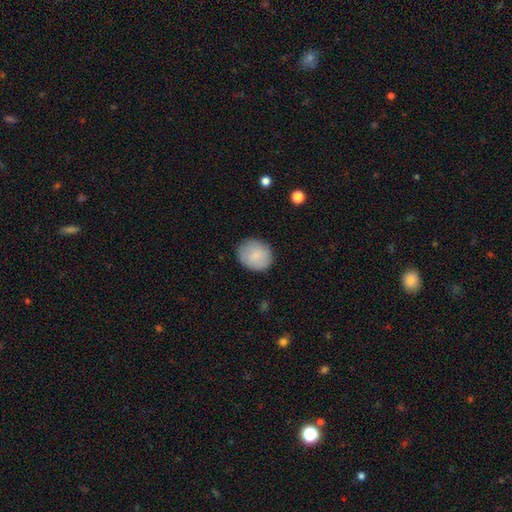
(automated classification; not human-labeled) Smooth or featured?
  - smooth: 84% *
  - featured or disk: 9%
  - star or artifact: 6%
How rounded?
  - round: 68% *
  - in between: 31%
  - cigar-shaped: 1%
Merging?
  - none: 85% *
  - minor disturbance: 11%
  - major disturbance: 3%
  - merger: 1%